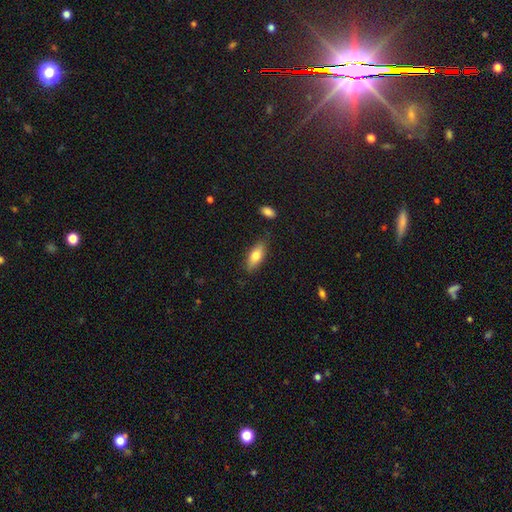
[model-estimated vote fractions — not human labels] A smooth galaxy with no disk features (74%) that is in between round and cigar-shaped (73%). Merging: none (82%).